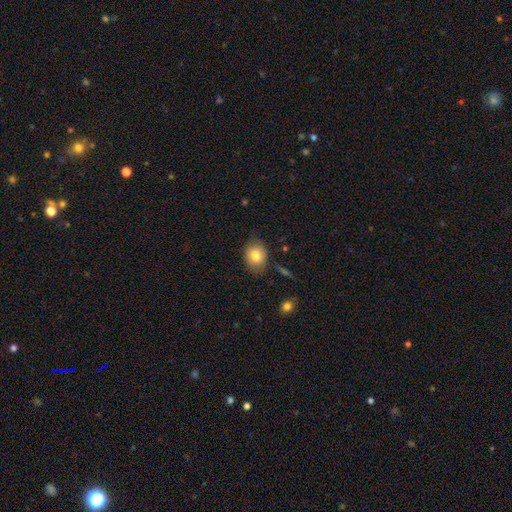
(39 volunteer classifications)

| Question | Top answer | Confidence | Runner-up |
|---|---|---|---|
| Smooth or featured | smooth | 79% | featured or disk (18%) |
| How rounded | in between | 68% | round (32%) |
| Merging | none | 82% | minor disturbance (16%) |